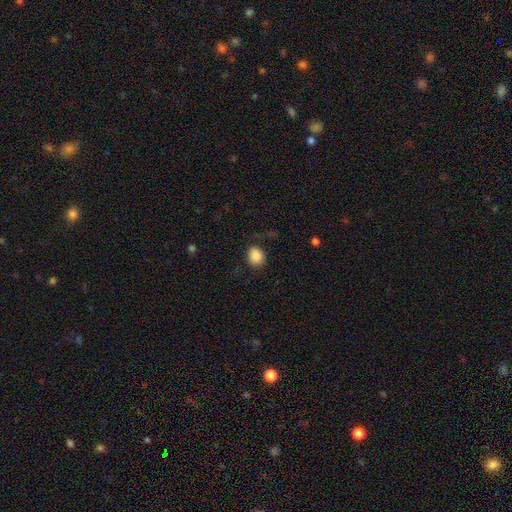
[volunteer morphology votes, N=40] Smooth or featured? smooth (90%)
How rounded? round (69%)
Merging? none (89%)